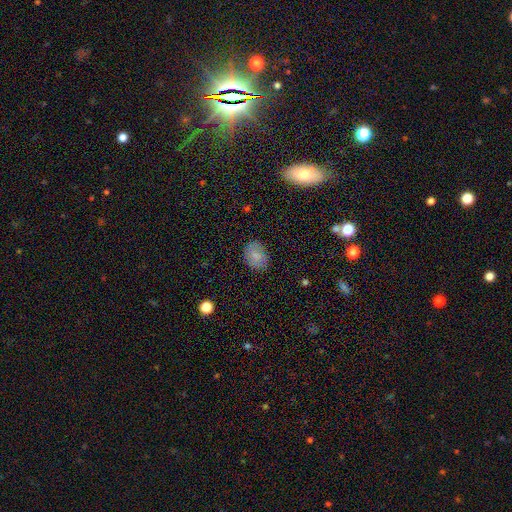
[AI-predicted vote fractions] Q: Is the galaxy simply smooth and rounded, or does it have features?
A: smooth — 82%.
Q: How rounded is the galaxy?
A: in between — 64%.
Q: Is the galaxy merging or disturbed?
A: none — 85%.